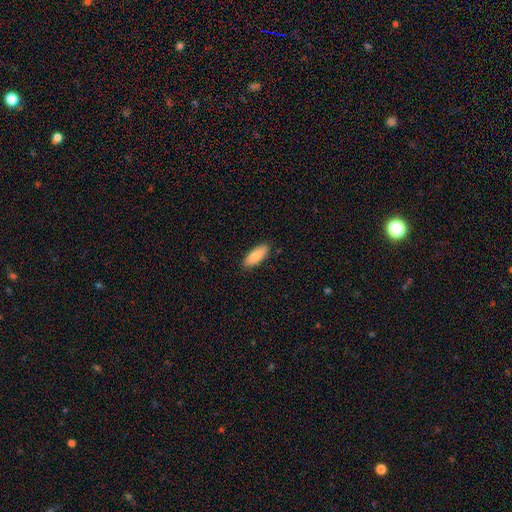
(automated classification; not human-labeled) smooth_or_featured: smooth (p=0.87) [alt: featured or disk p=0.07]
how_rounded: in between (p=0.75) [alt: cigar-shaped p=0.24]
merging: none (p=0.88) [alt: minor disturbance p=0.10]